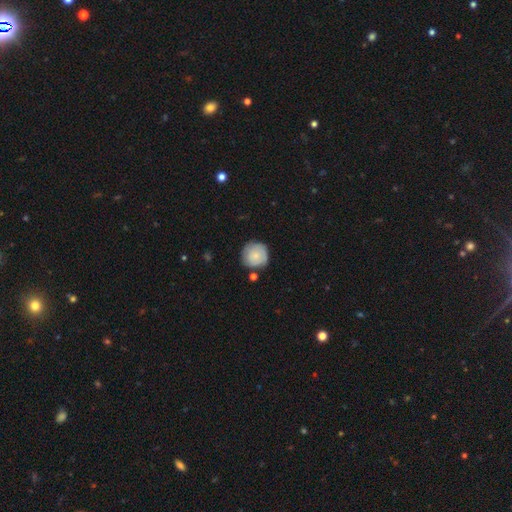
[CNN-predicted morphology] smooth_or_featured: smooth (p=0.68) [alt: featured or disk p=0.25]
how_rounded: round (p=0.92) [alt: in between p=0.07]
merging: none (p=0.73) [alt: minor disturbance p=0.18]